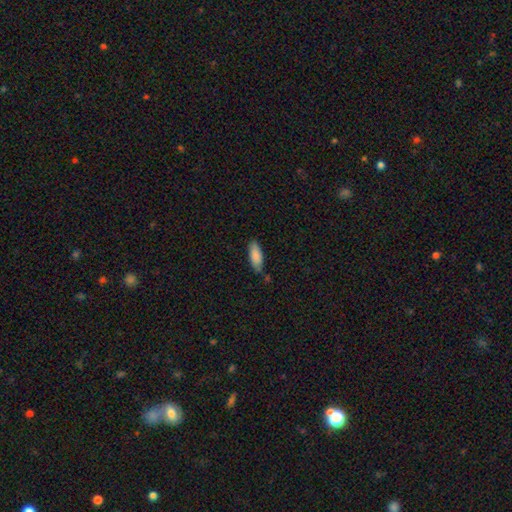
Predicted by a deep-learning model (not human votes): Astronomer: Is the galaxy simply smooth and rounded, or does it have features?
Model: smooth — 87%.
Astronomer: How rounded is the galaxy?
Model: in between — 73%.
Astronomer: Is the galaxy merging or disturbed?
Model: none — 74%.